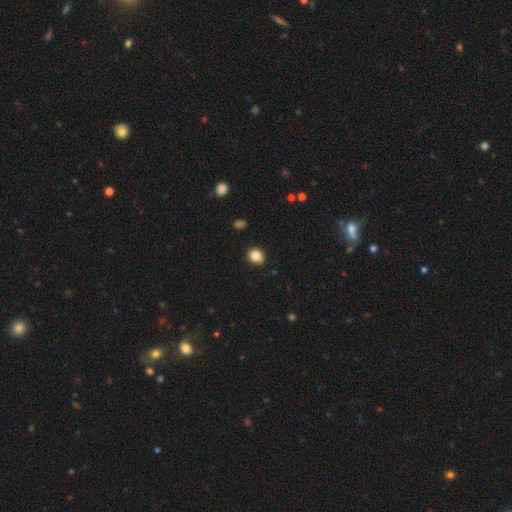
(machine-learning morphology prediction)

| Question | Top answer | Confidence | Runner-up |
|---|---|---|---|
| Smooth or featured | smooth | 85% | star or artifact (10%) |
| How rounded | round | 76% | in between (23%) |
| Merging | none | 90% | minor disturbance (7%) |